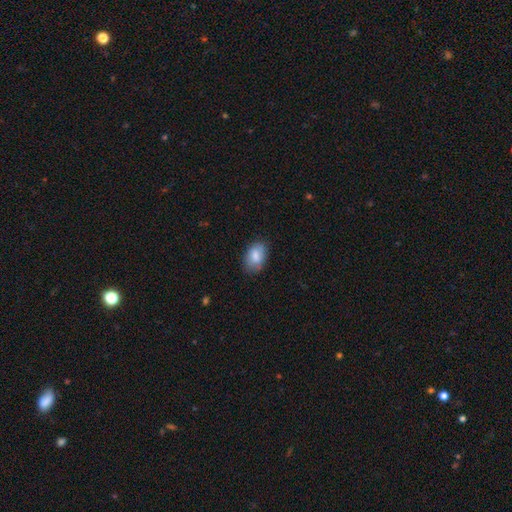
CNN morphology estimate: Smooth or featured? Predicted: smooth (p=0.80). How rounded? Predicted: in between (p=0.89). Merging? Predicted: none (p=0.75).